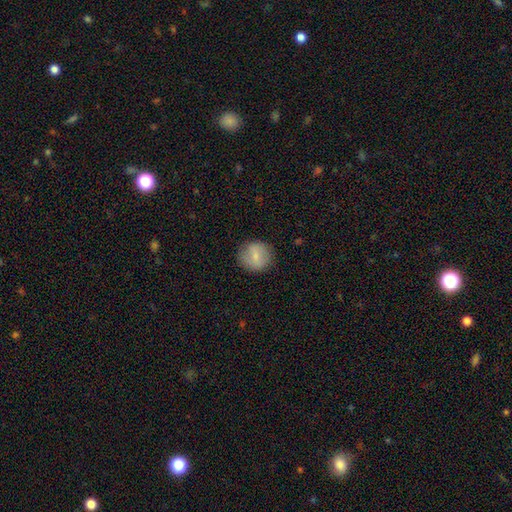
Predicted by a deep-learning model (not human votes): smooth 73%, featured or disk 19%, star or artifact 8%. Down the decision tree: how rounded — round (89%); merging — none (85%).